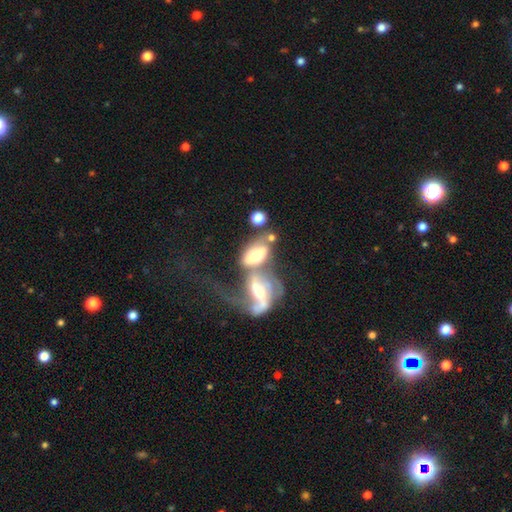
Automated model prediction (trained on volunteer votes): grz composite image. It shows a featured or disk galaxy (53%). Merging: merger (67%).